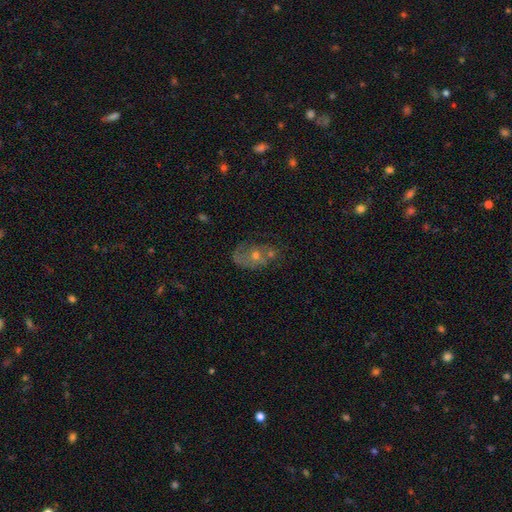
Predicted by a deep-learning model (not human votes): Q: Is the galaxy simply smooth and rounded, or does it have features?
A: featured or disk — 54%.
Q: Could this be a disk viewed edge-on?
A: no — 94%.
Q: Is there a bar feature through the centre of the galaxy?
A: no — 83%.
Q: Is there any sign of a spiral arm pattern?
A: yes — 52%.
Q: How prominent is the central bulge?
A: moderate — 50%.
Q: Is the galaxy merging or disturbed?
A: none — 43%.